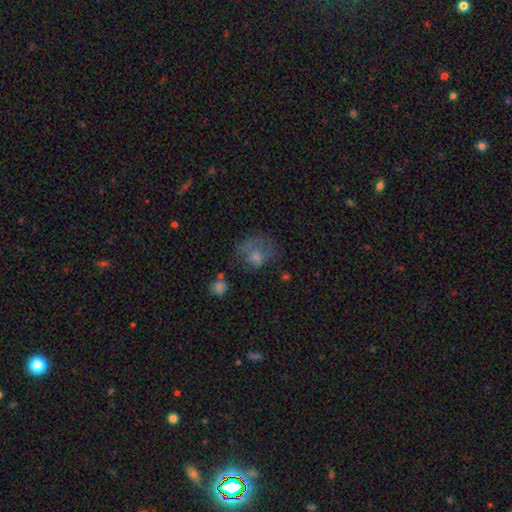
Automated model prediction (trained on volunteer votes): Smooth or featured? smooth (55%)
How rounded? round (63%)
Merging? none (44%)